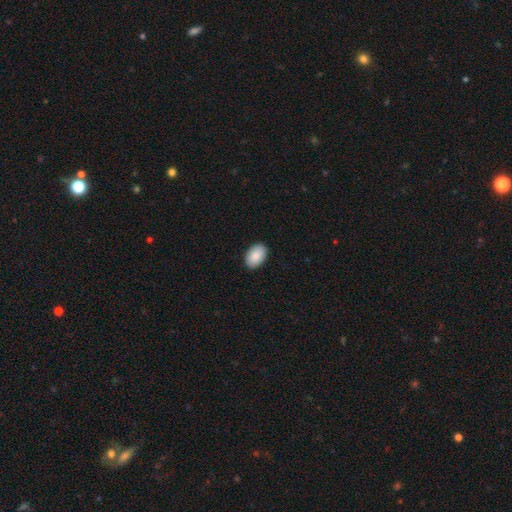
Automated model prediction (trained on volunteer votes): A smooth galaxy with no disk features (90%) that is in between round and cigar-shaped (90%). Merging: none (91%).